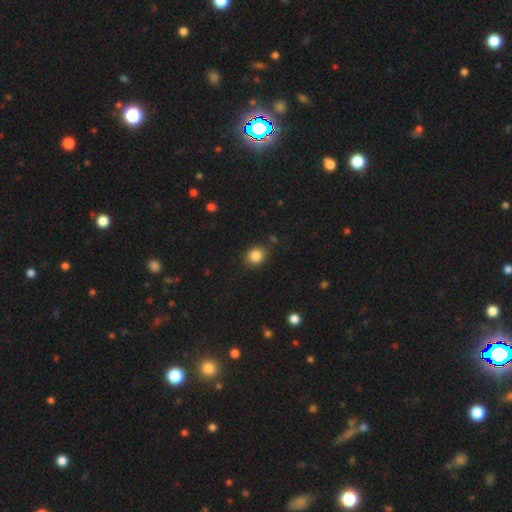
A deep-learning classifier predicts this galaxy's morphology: The model was most divided on "how rounded": round: 72%, in between: 27%, cigar-shaped: 1%. More confident: smooth or featured — smooth (85%); merging — none (83%).